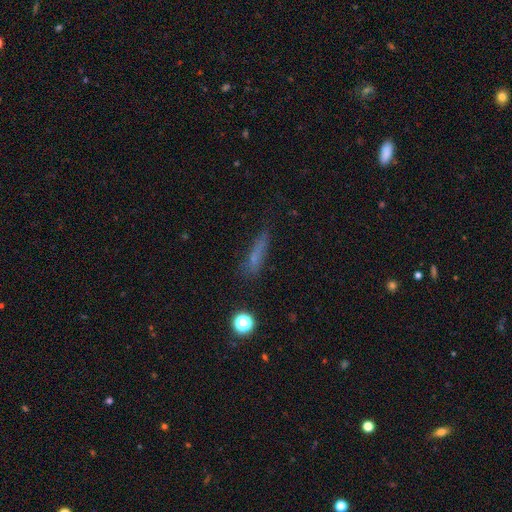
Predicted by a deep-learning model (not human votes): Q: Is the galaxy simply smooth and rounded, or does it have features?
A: smooth — 63%.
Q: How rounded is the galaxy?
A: cigar-shaped — 78%.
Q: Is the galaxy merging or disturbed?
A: none — 67%.